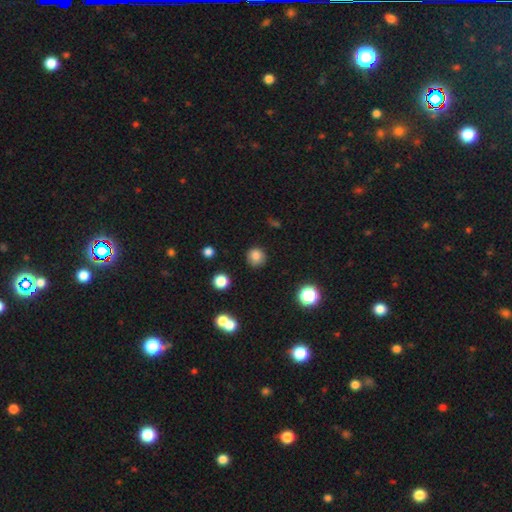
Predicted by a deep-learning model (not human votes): smooth-or-featured: smooth: 82% | star or artifact: 13% | featured or disk: 5%
  how-rounded: round: 92% | in between: 7% | cigar-shaped: 1%
  merging: none: 86% | minor disturbance: 10% | major disturbance: 3% | merger: 2%